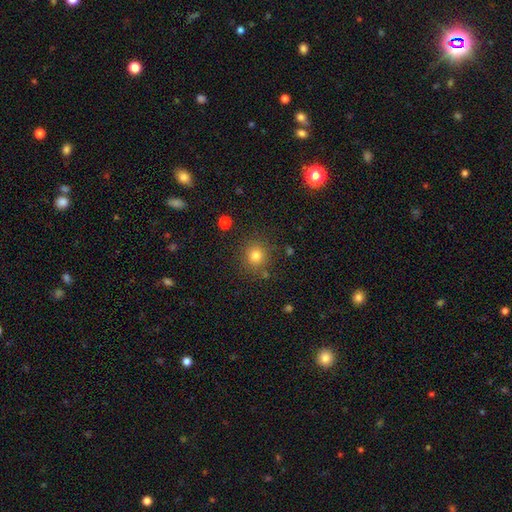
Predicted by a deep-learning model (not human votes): Q: Smooth or featured?
A: smooth (80%); runner-up: star or artifact (14%)
Q: How rounded?
A: round (89%); runner-up: in between (10%)
Q: Merging?
A: none (84%); runner-up: minor disturbance (9%)